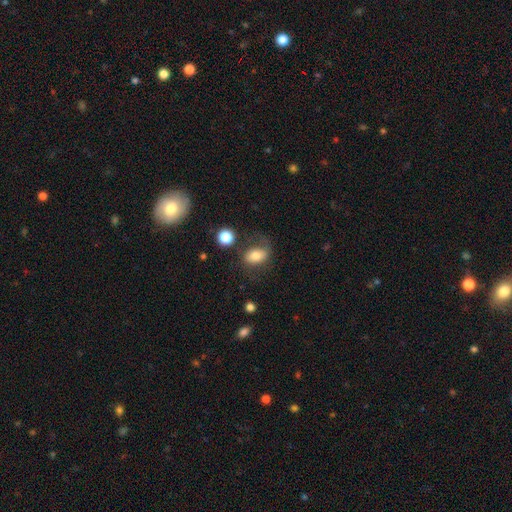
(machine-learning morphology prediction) This appears to be a smooth galaxy with no disk features (68%) that is in between round and cigar-shaped (80%). Merging: none (53%).